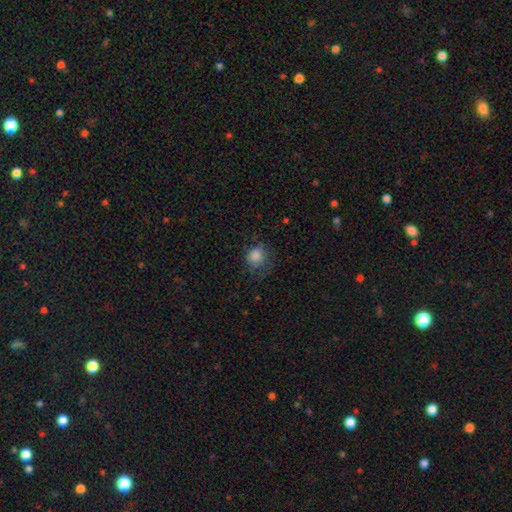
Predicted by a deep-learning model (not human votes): Overall: smooth (83%). How rounded: round (79%). Merging: none (61%; minor disturbance 24%).